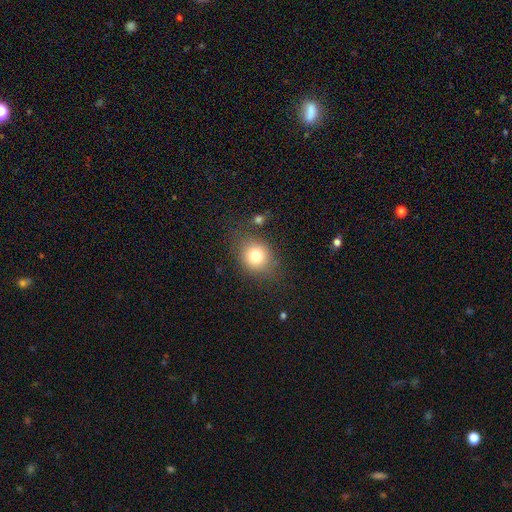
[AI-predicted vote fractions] A smooth galaxy with no disk features (77%) that is round (71%). Merging: none (76%).